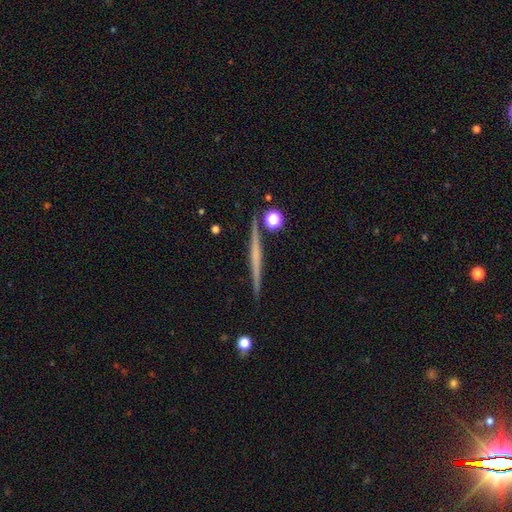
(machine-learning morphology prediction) smooth_or_featured: featured or disk (p=0.63) [alt: smooth p=0.30]
disk_edge_on: yes (p=0.98) [alt: no p=0.02]
edge_on_bulge: none (p=0.83) [alt: rounded p=0.11]
merging: none (p=0.90) [alt: minor disturbance p=0.06]